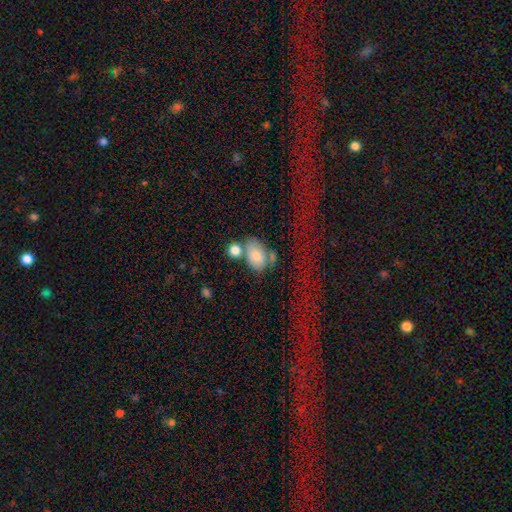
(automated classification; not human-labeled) A smooth galaxy with no disk features (77%) that is in between round and cigar-shaped (79%).

Vote fractions:
- Smooth or featured? smooth: 77% / featured or disk: 14% / star or artifact: 9%
- How rounded? in between: 79% / round: 19% / cigar-shaped: 2%
- Merging? none: 41% / merger: 35% / minor disturbance: 16% / major disturbance: 8%